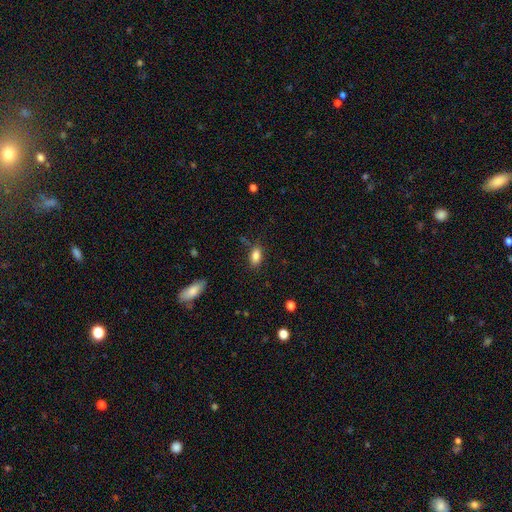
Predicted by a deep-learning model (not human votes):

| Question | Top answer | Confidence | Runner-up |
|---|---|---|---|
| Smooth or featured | smooth | 85% | star or artifact (9%) |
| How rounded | in between | 88% | round (6%) |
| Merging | none | 81% | minor disturbance (13%) |